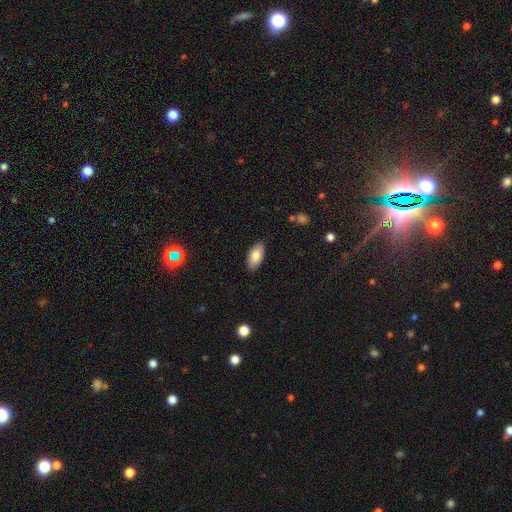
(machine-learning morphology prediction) Smooth or featured? smooth (82%)
How rounded? in between (93%)
Merging? none (85%)